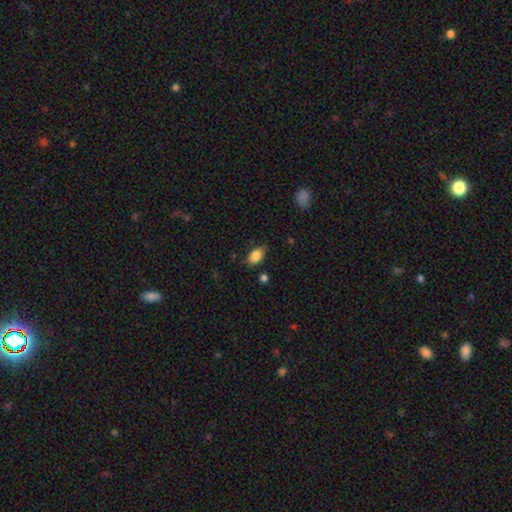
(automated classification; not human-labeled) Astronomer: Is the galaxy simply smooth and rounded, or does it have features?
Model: smooth — 84%.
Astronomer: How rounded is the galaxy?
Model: in between — 88%.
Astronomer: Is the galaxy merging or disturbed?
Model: none — 78%.